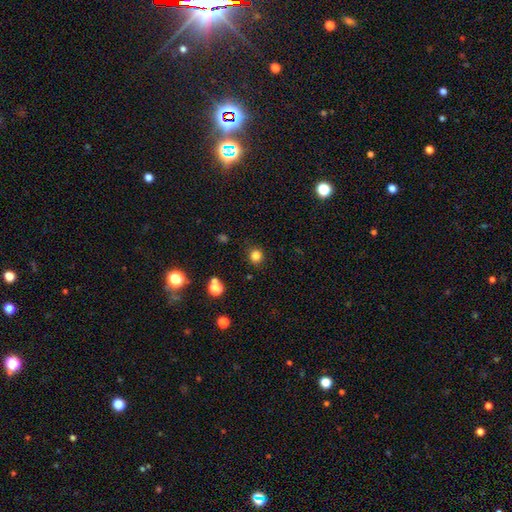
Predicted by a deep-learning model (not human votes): A smooth galaxy with no disk features (82%) that is round (88%). Merging: none (87%).